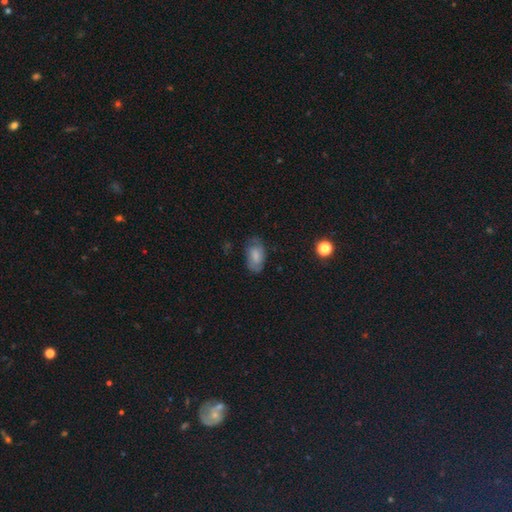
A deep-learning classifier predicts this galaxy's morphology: This appears to be a smooth galaxy with no disk features (61%) that is in between round and cigar-shaped (91%). Merging: none (67%).